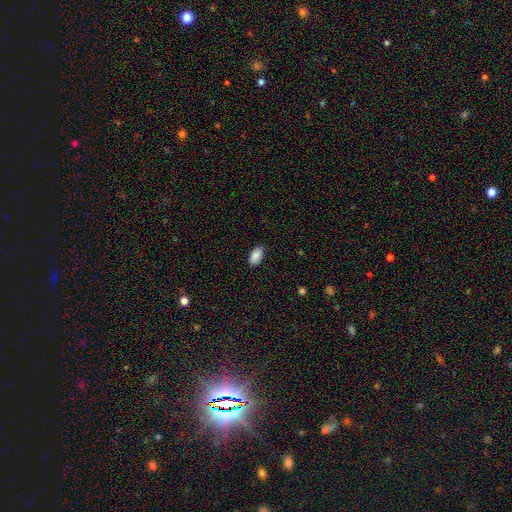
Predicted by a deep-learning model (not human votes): A smooth galaxy with no disk features (87%) that is in between round and cigar-shaped (94%). Merging: none (82%).